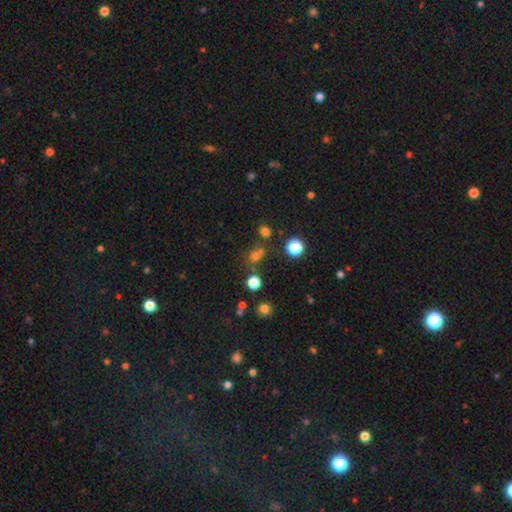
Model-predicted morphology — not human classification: A smooth galaxy with no disk features (62%) that is round (77%).

Vote fractions:
- Smooth or featured? smooth: 62% / star or artifact: 29% / featured or disk: 9%
- How rounded? round: 77% / in between: 22% / cigar-shaped: 1%
- Merging? none: 62% / merger: 22% / minor disturbance: 11% / major disturbance: 5%